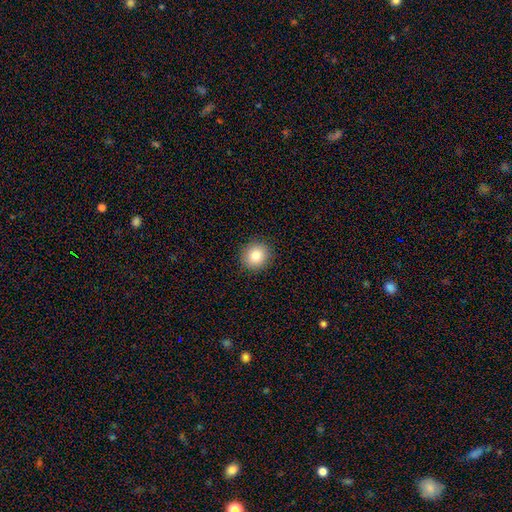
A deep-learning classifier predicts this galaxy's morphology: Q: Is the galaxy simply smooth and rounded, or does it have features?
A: smooth — 84%.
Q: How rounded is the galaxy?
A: round — 87%.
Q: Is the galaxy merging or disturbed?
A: none — 91%.